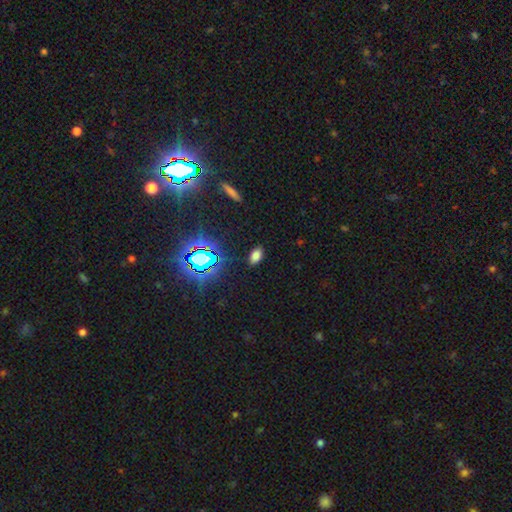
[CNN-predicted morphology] Smooth or featured: smooth — 69% (star or artifact — 25%)
How rounded: in between — 91% (round — 6%)
Merging: none — 88% (minor disturbance — 8%)